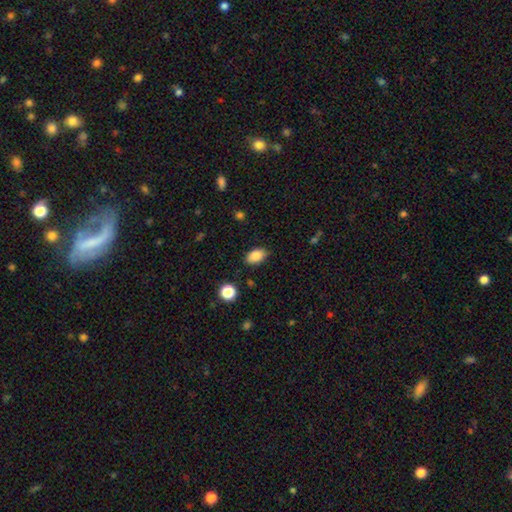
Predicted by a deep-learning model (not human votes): Morphology: type=smooth (87%); roundness=in between (89%); merging=none (83%).